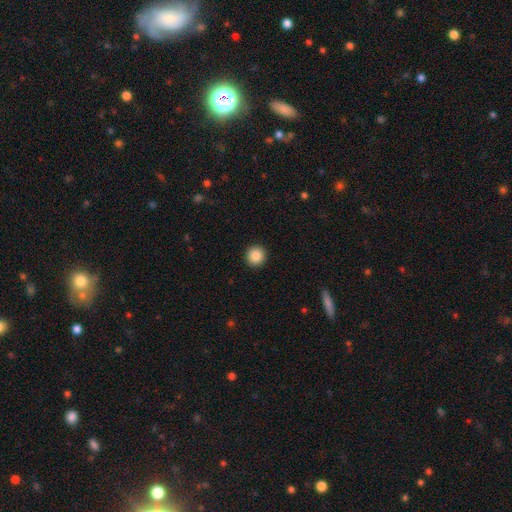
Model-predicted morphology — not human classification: This appears to be a smooth galaxy with no disk features (88%) that is round (94%). Merging: none (93%).